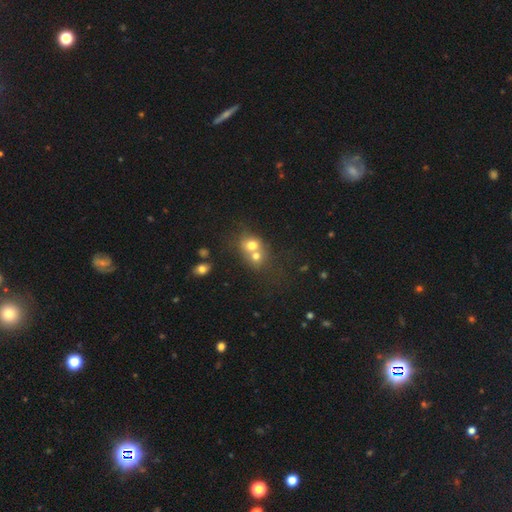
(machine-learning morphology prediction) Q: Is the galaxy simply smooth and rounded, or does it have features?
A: smooth — 68%.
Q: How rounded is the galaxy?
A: round — 68%.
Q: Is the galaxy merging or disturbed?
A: merger — 65%.